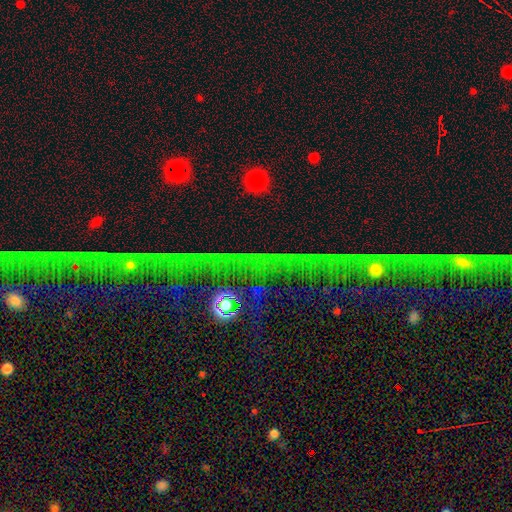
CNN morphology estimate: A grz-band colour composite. It shows a star or artifact, not a galaxy (79%).